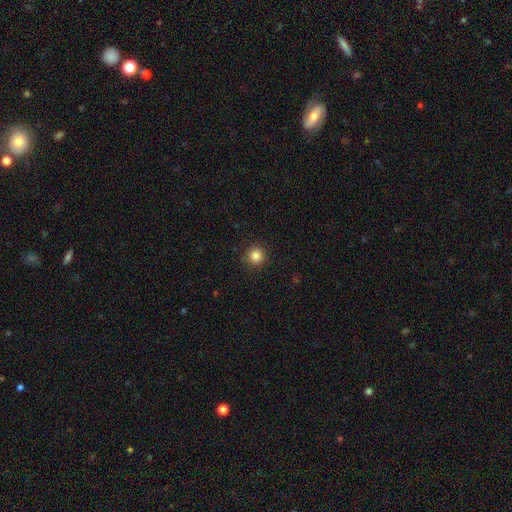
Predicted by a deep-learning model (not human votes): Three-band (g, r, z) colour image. It shows a smooth galaxy with no disk features (84%) that is round (95%). Merging: none (90%).